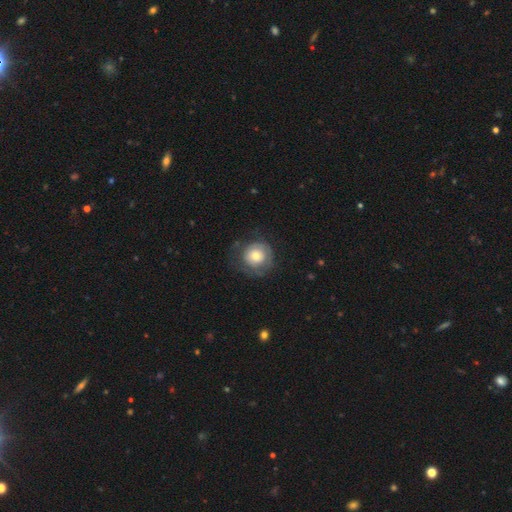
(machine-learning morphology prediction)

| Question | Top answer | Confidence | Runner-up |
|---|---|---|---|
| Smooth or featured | smooth | 63% | featured or disk (30%) |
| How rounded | round | 91% | in between (8%) |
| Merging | none | 64% | minor disturbance (21%) |